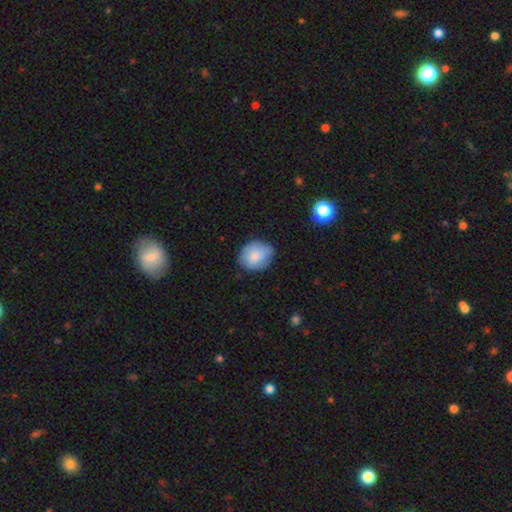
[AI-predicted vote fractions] smooth 72%, featured or disk 20%, star or artifact 7%. Down the decision tree: how rounded — round (58%); merging — none (75%).